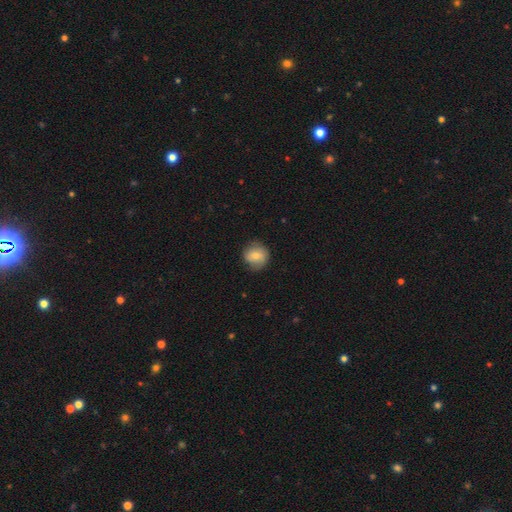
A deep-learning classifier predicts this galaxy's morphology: The model was most divided on "smooth or featured": smooth: 69%, featured or disk: 22%, star or artifact: 8%. More confident: how rounded — round (87%); merging — none (75%).